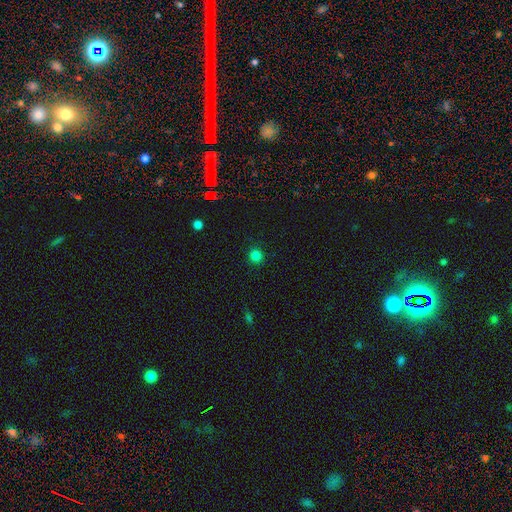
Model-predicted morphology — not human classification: type=smooth (82%); roundness=round (94%); merging=none (92%).